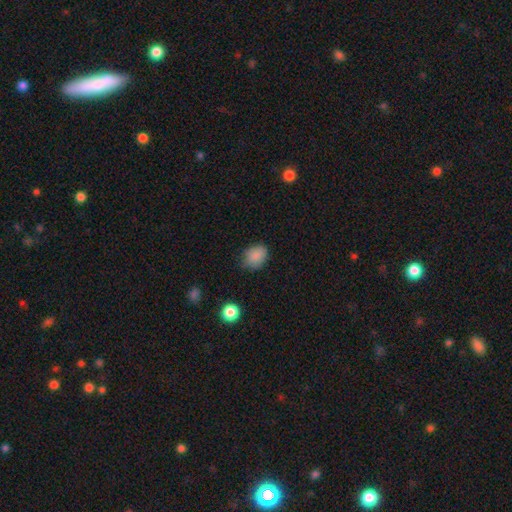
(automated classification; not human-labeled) smooth 85%, star or artifact 10%, featured or disk 5%. Down the decision tree: how rounded — in between (57%); merging — none (69%).